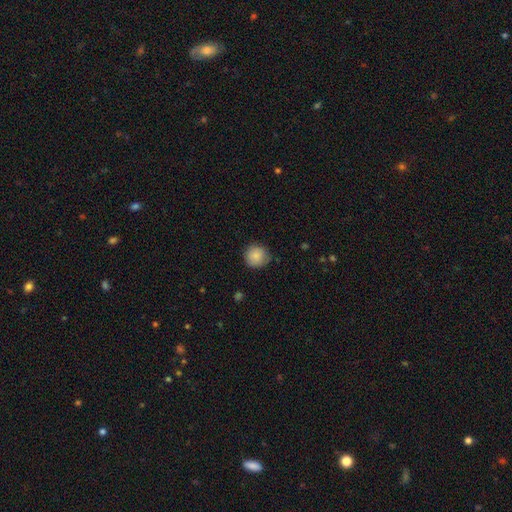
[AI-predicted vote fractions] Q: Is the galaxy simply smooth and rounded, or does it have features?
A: smooth — 87%.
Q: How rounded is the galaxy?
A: round — 92%.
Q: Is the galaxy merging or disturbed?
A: none — 81%.